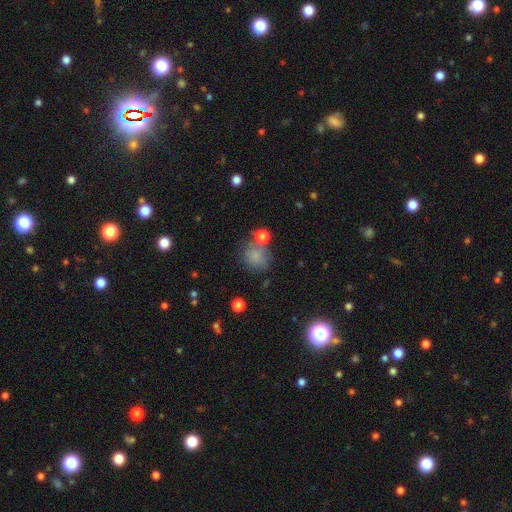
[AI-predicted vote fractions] smooth 76%, star or artifact 13%, featured or disk 10%. Down the decision tree: how rounded — round (82%); merging — none (60%).